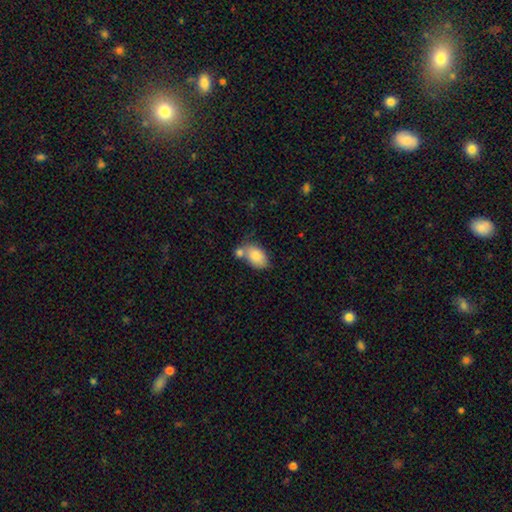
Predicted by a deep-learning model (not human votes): Smooth or featured: smooth — 83% (featured or disk — 10%)
How rounded: in between — 91% (round — 8%)
Merging: none — 47% (merger — 32%)